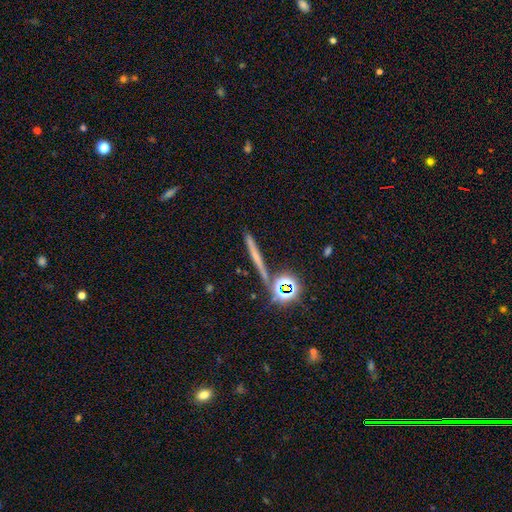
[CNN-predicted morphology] A smooth galaxy with no disk features (42%). Merging: none (82%).